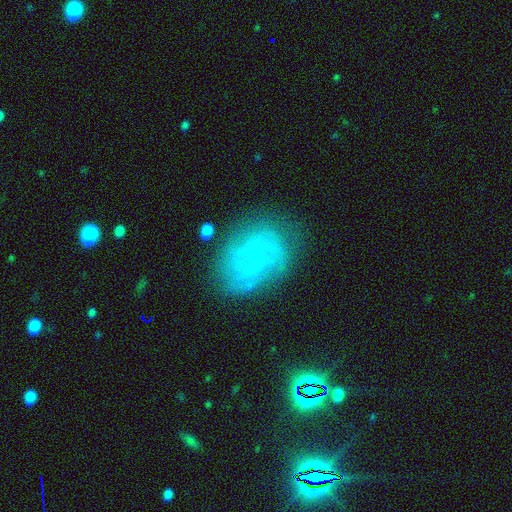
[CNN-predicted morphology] smooth-or-featured: featured or disk: 71% | smooth: 18% | star or artifact: 11%
  disk-edge-on: no: 97% | yes: 3%
    bar: weak: 47% | no: 40% | strong: 12%
    has-spiral-arms: yes: 82% | no: 18%
      spiral-winding: tight: 41% | medium: 40% | loose: 18%
      spiral-arm-count: 2: 46% | can't tell: 33% | 3: 10% | 1: 4% | 4: 4% | more than 4: 3%
    bulge-size: small: 64% | none: 27% | moderate: 7% | large: 1% | dominant: 1%
  merging: none: 70% | minor disturbance: 19% | major disturbance: 9% | merger: 2%